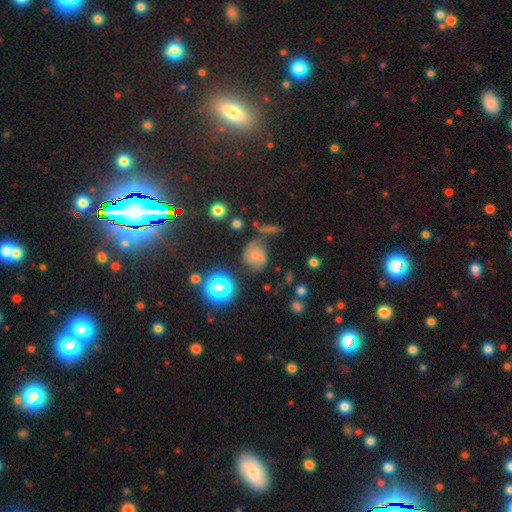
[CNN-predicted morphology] type=featured or disk (42%); merging=none (48%).